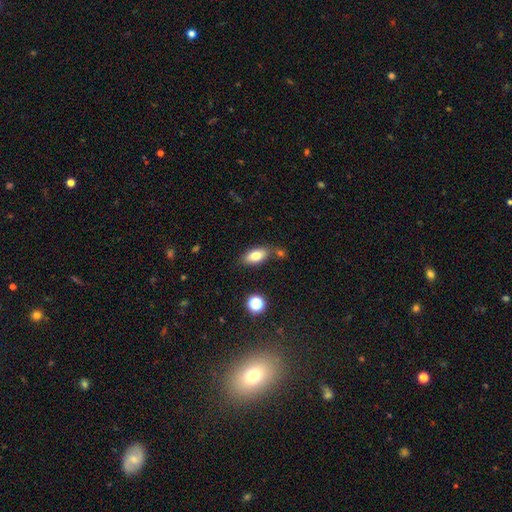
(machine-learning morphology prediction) Smooth or featured?
  - smooth: 78% *
  - featured or disk: 13%
  - star or artifact: 9%
How rounded?
  - in between: 87% *
  - cigar-shaped: 8%
  - round: 5%
Merging?
  - none: 74% *
  - minor disturbance: 14%
  - merger: 9%
  - major disturbance: 4%